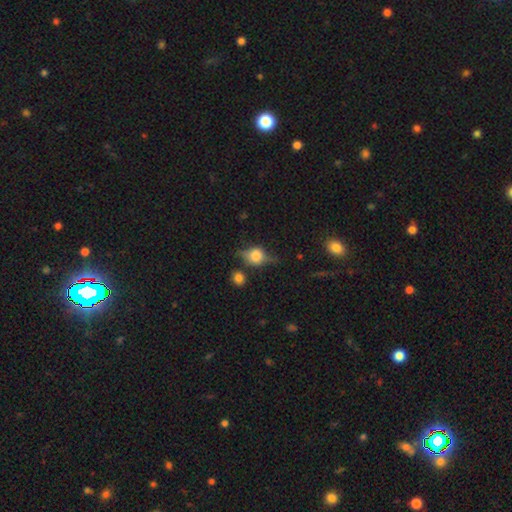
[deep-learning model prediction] Smooth or featured?
  - featured or disk: 45% *
  - smooth: 43%
  - star or artifact: 11%
Merging?
  - none: 65% *
  - minor disturbance: 21%
  - major disturbance: 9%
  - merger: 5%